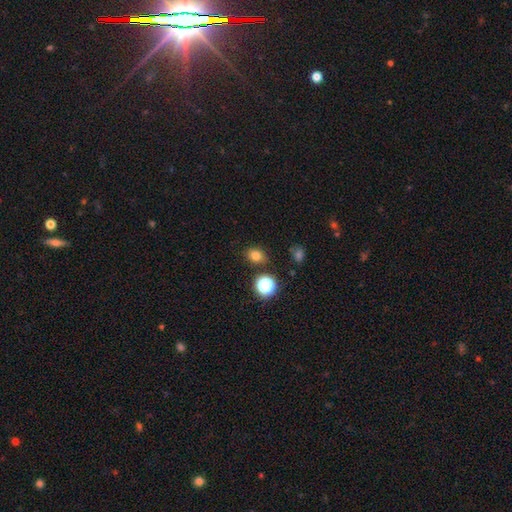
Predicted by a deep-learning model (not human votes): A smooth galaxy with no disk features (77%) that is round (50%). Merging: none (83%).